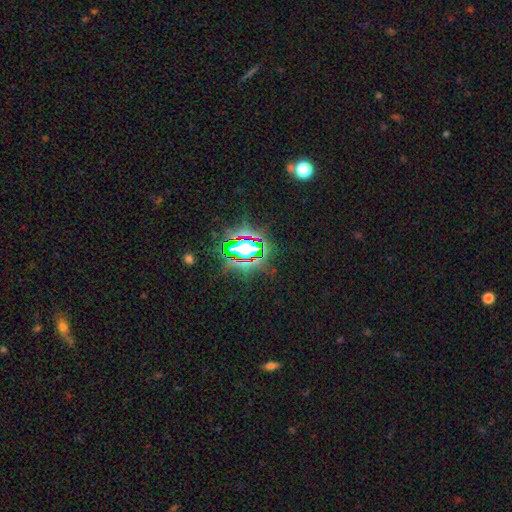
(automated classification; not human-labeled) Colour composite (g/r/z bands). It shows a star or artifact, not a galaxy (80%).